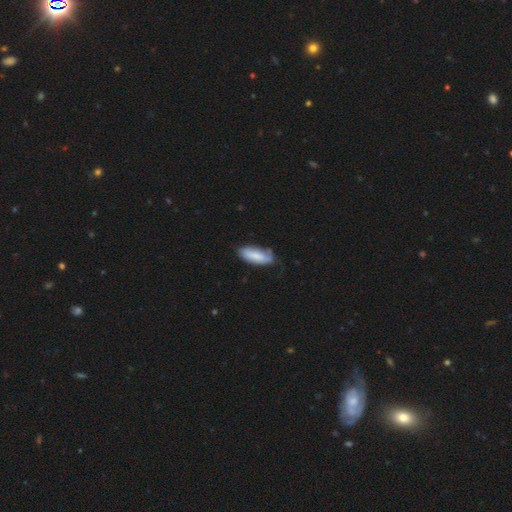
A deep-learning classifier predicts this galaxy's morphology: This appears to be a smooth galaxy with no disk features (80%) that is in between round and cigar-shaped (76%). Merging: none (66%).